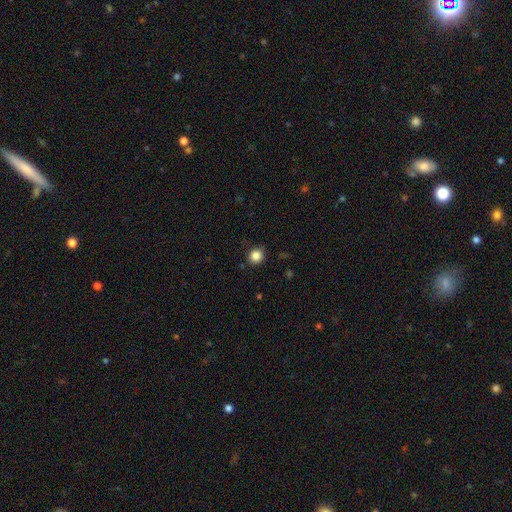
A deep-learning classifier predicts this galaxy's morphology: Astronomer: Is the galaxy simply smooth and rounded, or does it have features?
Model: smooth — 85%.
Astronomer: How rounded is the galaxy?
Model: round — 85%.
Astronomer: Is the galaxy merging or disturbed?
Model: none — 86%.